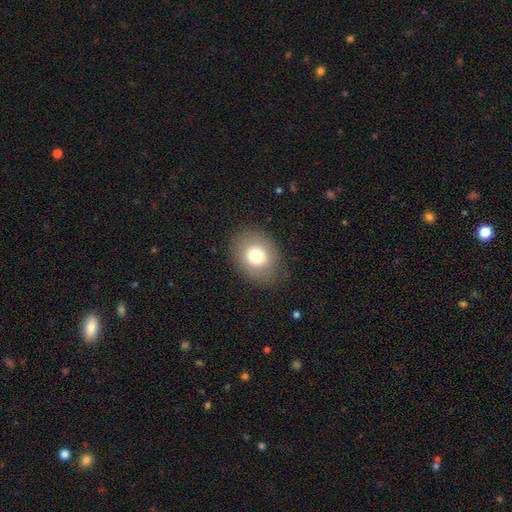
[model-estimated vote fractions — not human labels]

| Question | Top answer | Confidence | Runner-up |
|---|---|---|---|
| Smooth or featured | smooth | 76% | featured or disk (14%) |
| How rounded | in between | 54% | round (45%) |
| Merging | none | 86% | minor disturbance (10%) |